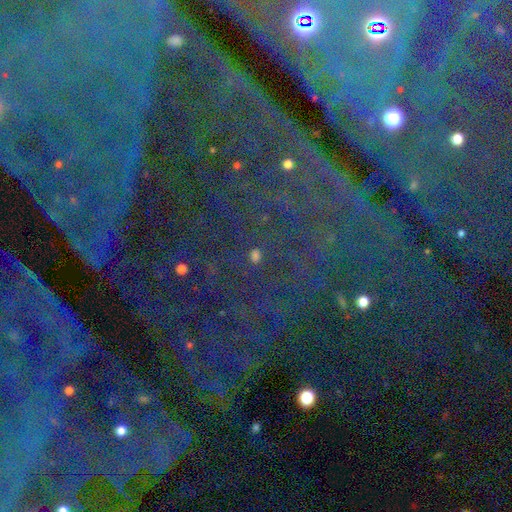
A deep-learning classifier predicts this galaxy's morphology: A star or artifact, not a galaxy (70%).